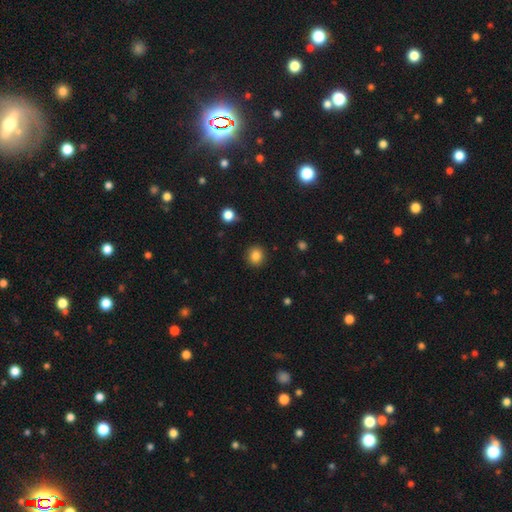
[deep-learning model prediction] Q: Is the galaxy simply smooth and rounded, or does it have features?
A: smooth — 85%.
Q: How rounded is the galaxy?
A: round — 85%.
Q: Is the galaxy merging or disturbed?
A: none — 89%.